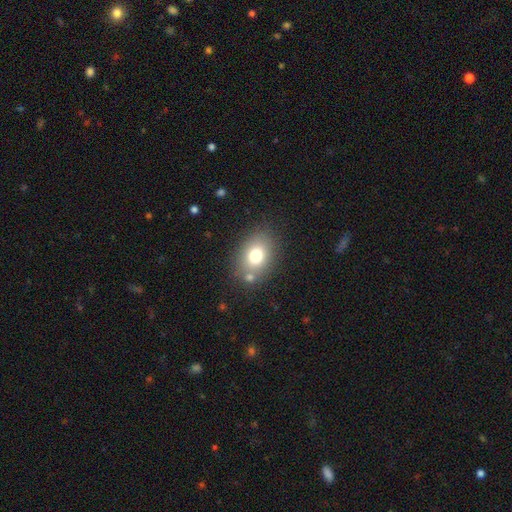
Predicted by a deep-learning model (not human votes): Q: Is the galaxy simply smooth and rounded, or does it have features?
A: smooth — 74%.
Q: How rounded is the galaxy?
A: in between — 69%.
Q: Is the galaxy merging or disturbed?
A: none — 75%.